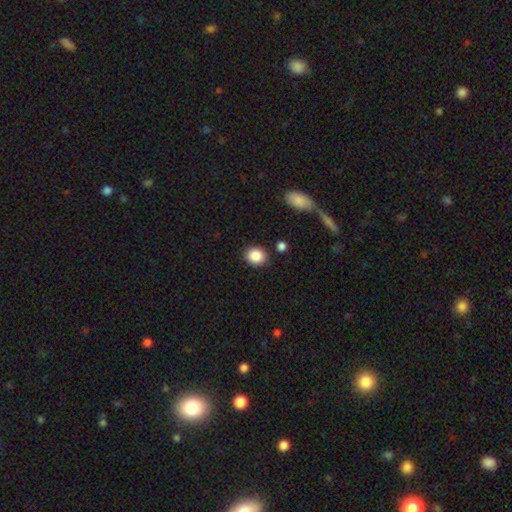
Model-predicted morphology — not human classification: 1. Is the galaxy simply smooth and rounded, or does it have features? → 87% smooth, 9% star or artifact, 4% featured or disk.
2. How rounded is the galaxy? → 65% round, 34% in between, 1% cigar-shaped.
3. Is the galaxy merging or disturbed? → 84% none, 10% minor disturbance, 4% merger, 3% major disturbance.